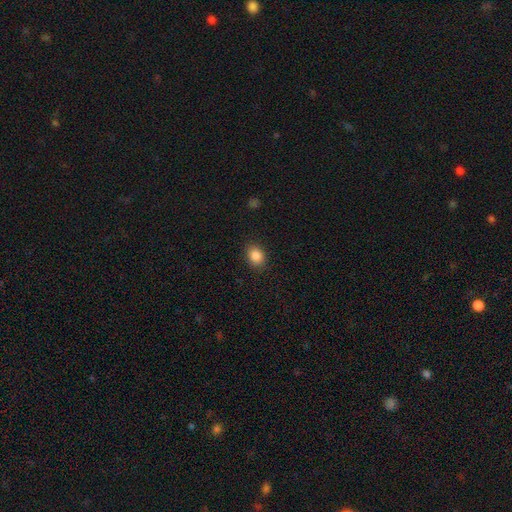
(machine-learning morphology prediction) Smooth or featured?
  - smooth: 86% *
  - star or artifact: 10%
  - featured or disk: 5%
How rounded?
  - in between: 53% *
  - round: 46%
  - cigar-shaped: 1%
Merging?
  - none: 87% *
  - minor disturbance: 9%
  - major disturbance: 3%
  - merger: 1%